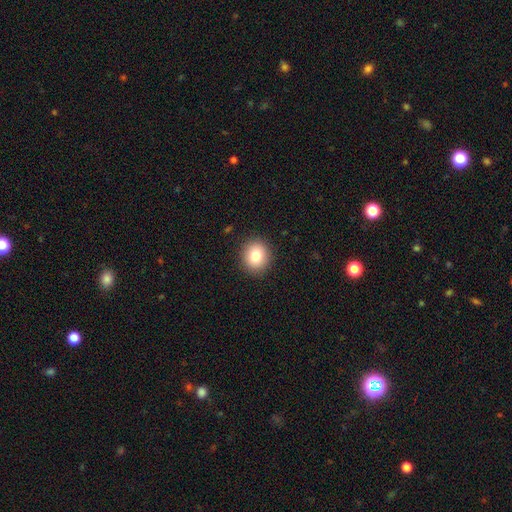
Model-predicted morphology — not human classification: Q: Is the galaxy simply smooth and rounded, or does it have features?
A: smooth — 81%.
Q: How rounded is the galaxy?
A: round — 81%.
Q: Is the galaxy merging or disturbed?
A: none — 91%.